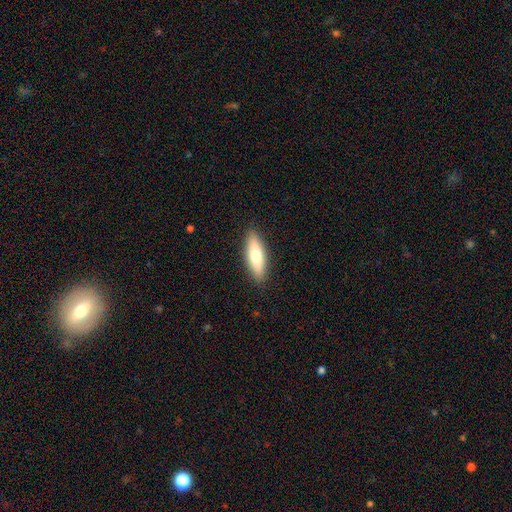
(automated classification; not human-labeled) This is likely a smooth galaxy (70%). How rounded: possibly cigar-shaped (52%). Merging: clearly none (89%).